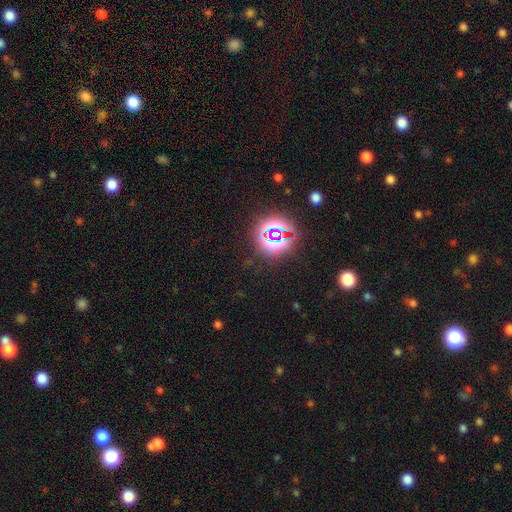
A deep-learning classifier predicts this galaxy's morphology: This appears to be a star or artifact, not a galaxy (79%).